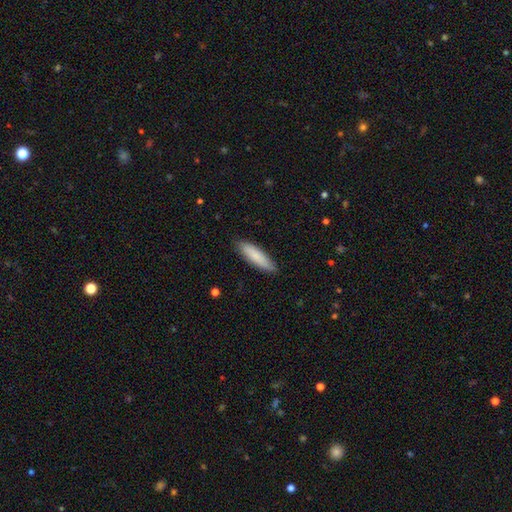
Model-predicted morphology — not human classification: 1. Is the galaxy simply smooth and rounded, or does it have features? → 83% smooth, 12% featured or disk, 5% star or artifact.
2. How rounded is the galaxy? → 69% cigar-shaped, 30% in between, 1% round.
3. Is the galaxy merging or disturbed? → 87% none, 10% minor disturbance, 2% major disturbance, 1% merger.